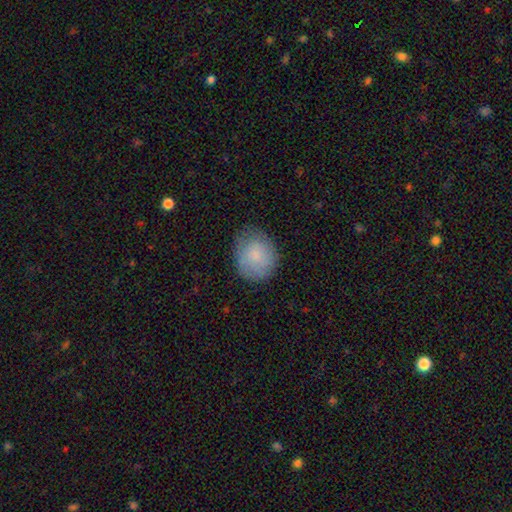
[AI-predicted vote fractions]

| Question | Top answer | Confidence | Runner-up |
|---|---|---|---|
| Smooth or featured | smooth | 81% | featured or disk (12%) |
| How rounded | round | 62% | in between (37%) |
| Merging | none | 71% | minor disturbance (22%) |